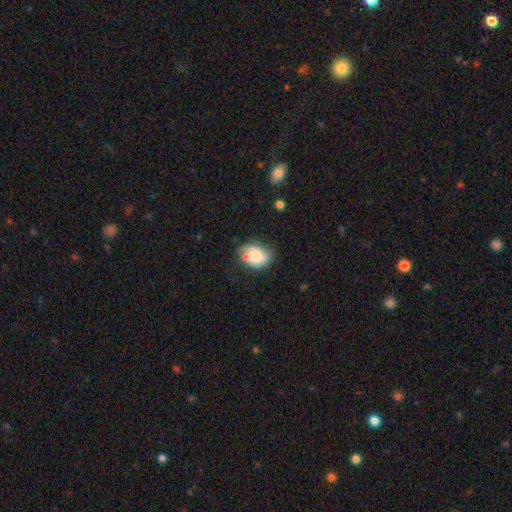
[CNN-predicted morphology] Overall: smooth (68%). How rounded: in between (72%). Merging: none (39%; minor disturbance 29%).